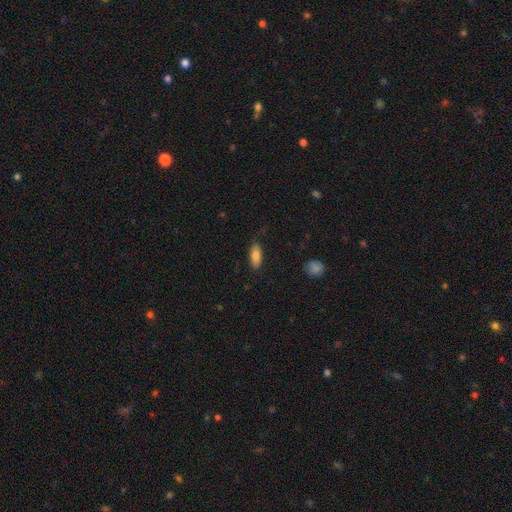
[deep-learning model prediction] Smooth or featured?
  - smooth: 83% *
  - featured or disk: 11%
  - star or artifact: 7%
How rounded?
  - in between: 78% *
  - cigar-shaped: 20%
  - round: 2%
Merging?
  - none: 83% *
  - minor disturbance: 13%
  - major disturbance: 3%
  - merger: 1%